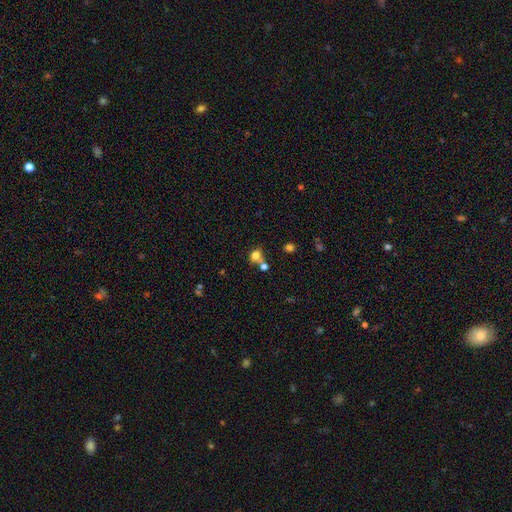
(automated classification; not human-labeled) Smooth or featured?
  - smooth: 74% *
  - star or artifact: 14%
  - featured or disk: 12%
How rounded?
  - round: 56% *
  - in between: 42%
  - cigar-shaped: 2%
Merging?
  - none: 47% *
  - merger: 35%
  - minor disturbance: 12%
  - major disturbance: 6%